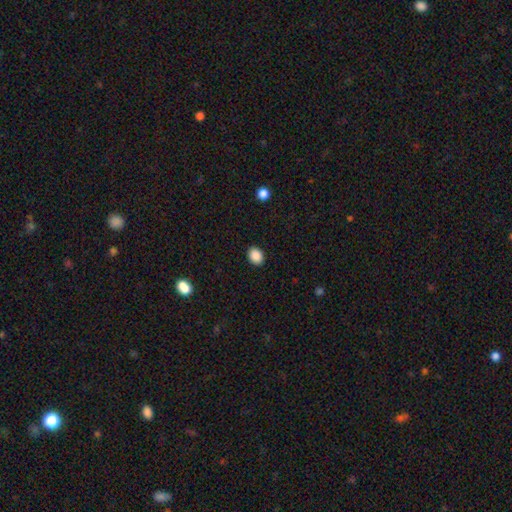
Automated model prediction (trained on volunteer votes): The model was most divided on "how rounded": in between: 61%, round: 38%, cigar-shaped: 1%. More confident: merging — none (90%); smooth or featured — smooth (89%).